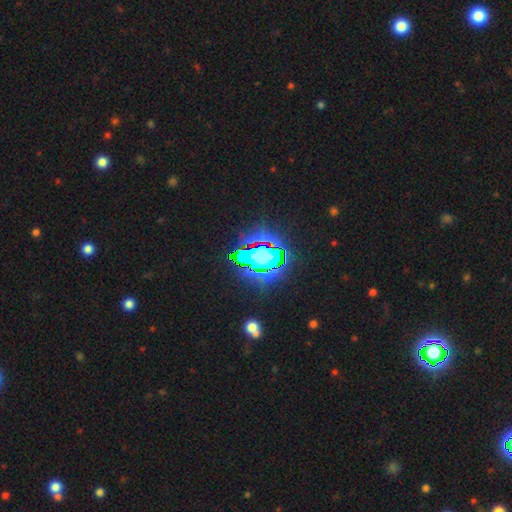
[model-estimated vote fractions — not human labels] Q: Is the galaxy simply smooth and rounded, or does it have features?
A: star or artifact — 82%.